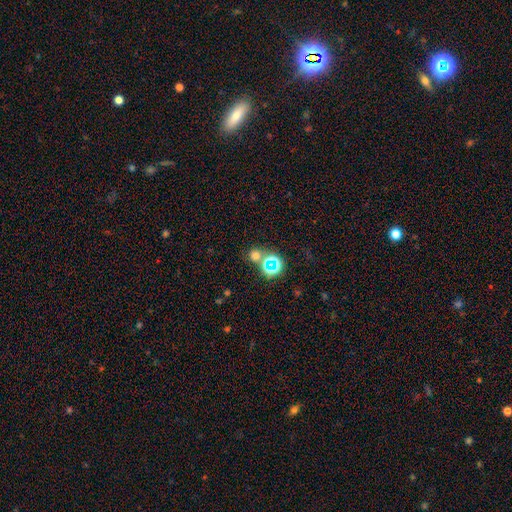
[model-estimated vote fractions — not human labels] Q: Smooth or featured?
A: smooth (59%); runner-up: star or artifact (33%)
Q: How rounded?
A: round (86%); runner-up: in between (13%)
Q: Merging?
A: none (63%); runner-up: merger (26%)